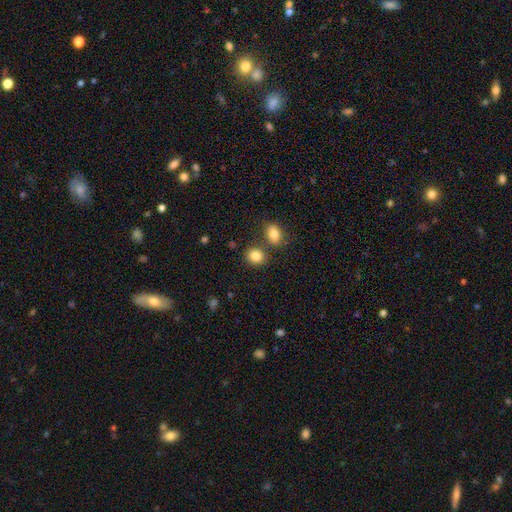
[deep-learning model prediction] The model was most divided on "how rounded": round: 66%, in between: 33%, cigar-shaped: 1%. More confident: smooth or featured — smooth (85%); merging — none (72%).